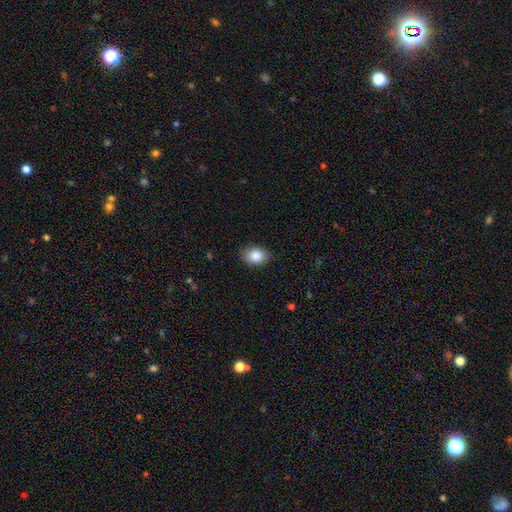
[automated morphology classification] A smooth galaxy with no disk features (86%) that is in between round and cigar-shaped (71%). Merging: none (81%).